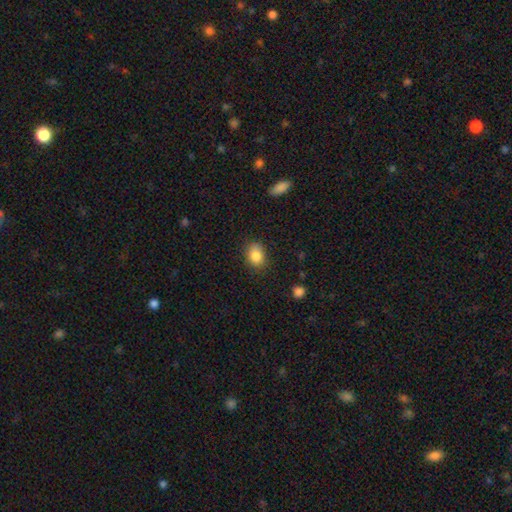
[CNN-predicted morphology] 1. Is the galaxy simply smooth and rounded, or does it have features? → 85% smooth, 9% star or artifact, 6% featured or disk.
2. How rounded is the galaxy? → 63% in between, 36% round, 1% cigar-shaped.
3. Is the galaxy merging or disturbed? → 78% none, 17% minor disturbance, 4% major disturbance, 1% merger.